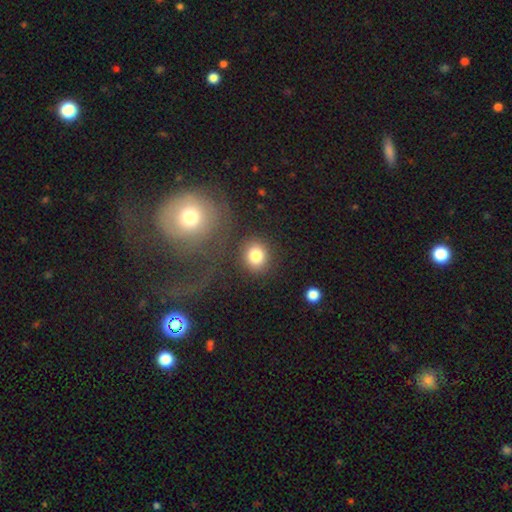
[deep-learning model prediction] A smooth galaxy with no disk features (82%) that is round (75%). Merging: none (82%).